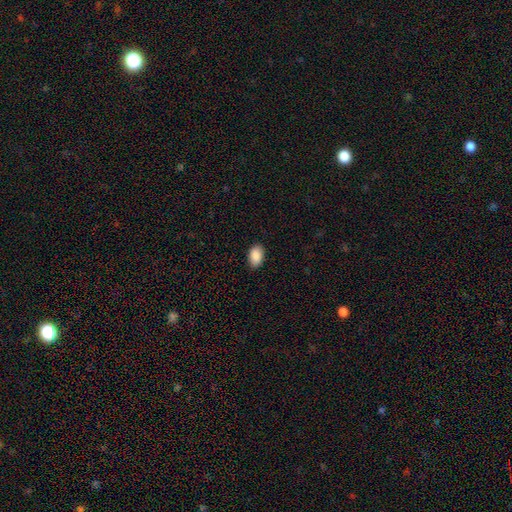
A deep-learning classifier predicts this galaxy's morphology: Smooth or featured? smooth (89%)
How rounded? in between (91%)
Merging? none (87%)